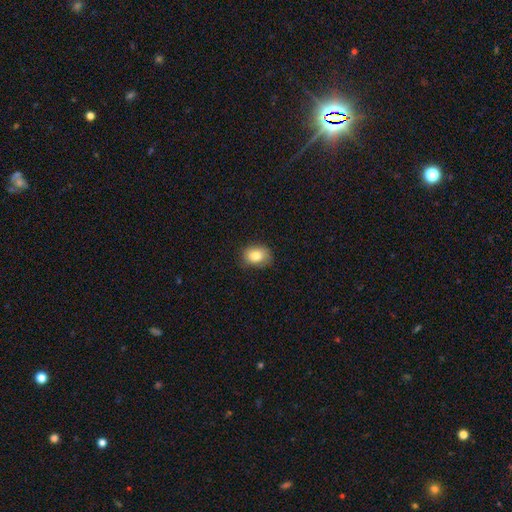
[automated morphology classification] Smooth or featured? smooth (81%)
How rounded? in between (56%)
Merging? none (75%)